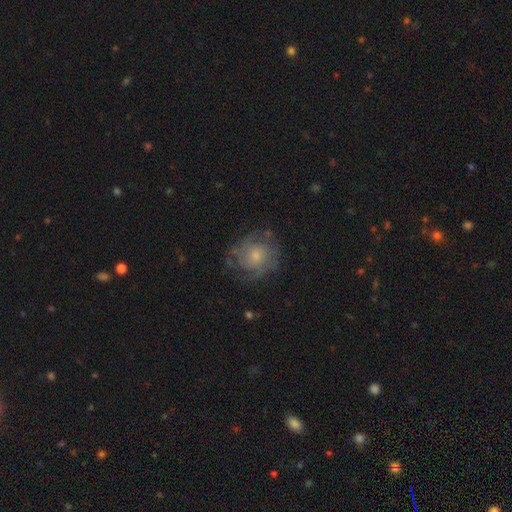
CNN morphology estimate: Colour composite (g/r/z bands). It shows a featured or disk galaxy (55%) with no bar (83%), spiral arms (65%) and a small central bulge (49%). Merging: none (64%).